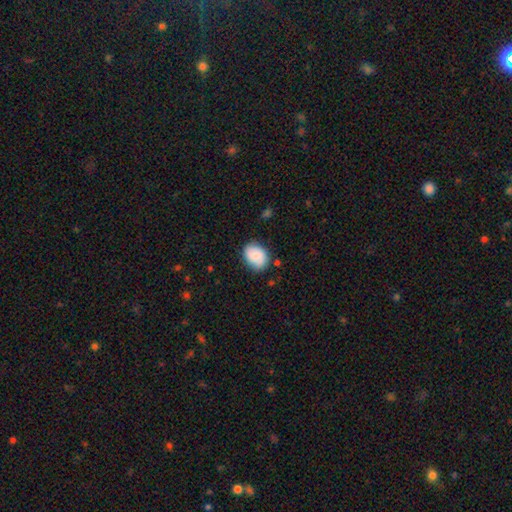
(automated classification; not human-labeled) This appears to be a smooth galaxy with no disk features (76%) that is in between round and cigar-shaped (62%). Merging: none (77%).